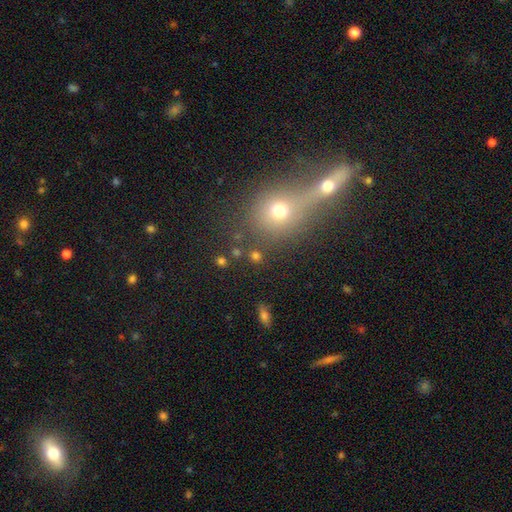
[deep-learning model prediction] This appears to be a smooth galaxy with no disk features (67%) that is round (75%). Merging: none (67%).